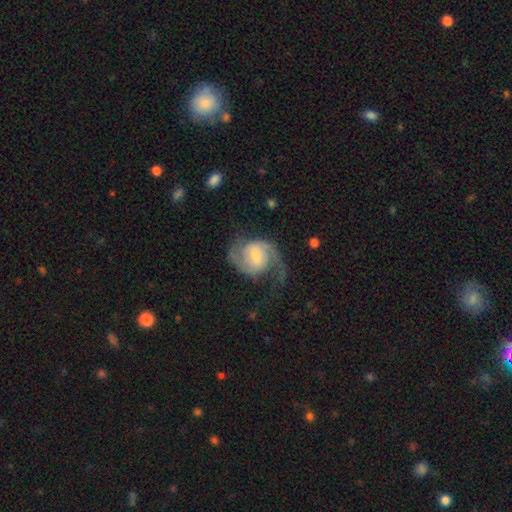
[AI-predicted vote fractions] Smooth or featured?
  - featured or disk: 88% *
  - smooth: 8%
  - star or artifact: 5%
Edge-on disk?
  - no: 98% *
  - yes: 2%
Bar?
  - weak: 52% *
  - no: 33%
  - strong: 14%
Spiral arms?
  - yes: 97% *
  - no: 3%
Spiral winding?
  - medium: 50% *
  - loose: 31%
  - tight: 18%
Spiral arm count?
  - 2: 90% *
  - can't tell: 3%
  - 1: 3%
  - 3: 2%
  - 4: 1%
  - more than 4: 1%
Bulge size?
  - small: 49% *
  - moderate: 42%
  - large: 5%
  - none: 4%
  - dominant: 1%
Merging?
  - none: 66% *
  - minor disturbance: 16%
  - major disturbance: 16%
  - merger: 2%